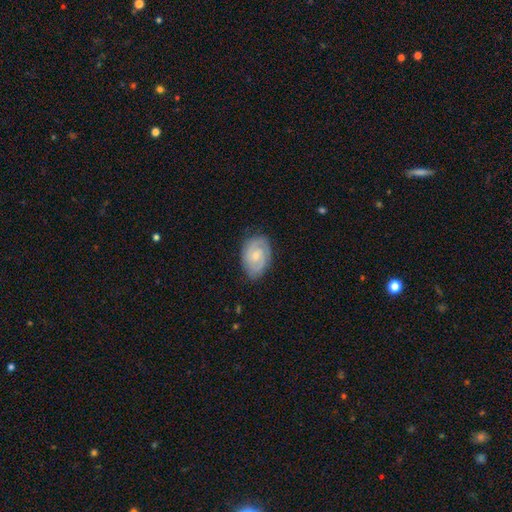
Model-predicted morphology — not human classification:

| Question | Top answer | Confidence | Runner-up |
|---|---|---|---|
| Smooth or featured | featured or disk | 67% | smooth (27%) |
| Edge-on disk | no | 96% | yes (4%) |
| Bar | no | 65% | weak (31%) |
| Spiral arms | yes | 89% | no (11%) |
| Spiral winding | tight | 61% | medium (31%) |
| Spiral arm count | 2 | 53% | can't tell (26%) |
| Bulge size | small | 62% | moderate (33%) |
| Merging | none | 76% | minor disturbance (19%) |